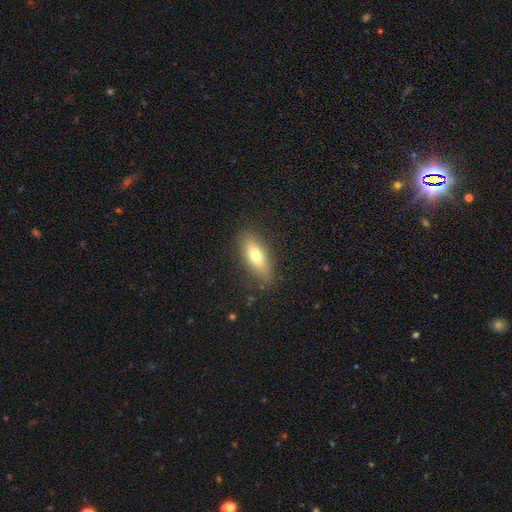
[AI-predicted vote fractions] Q: Smooth or featured?
A: smooth (72%); runner-up: featured or disk (21%)
Q: How rounded?
A: in between (69%); runner-up: cigar-shaped (27%)
Q: Merging?
A: none (84%); runner-up: minor disturbance (12%)